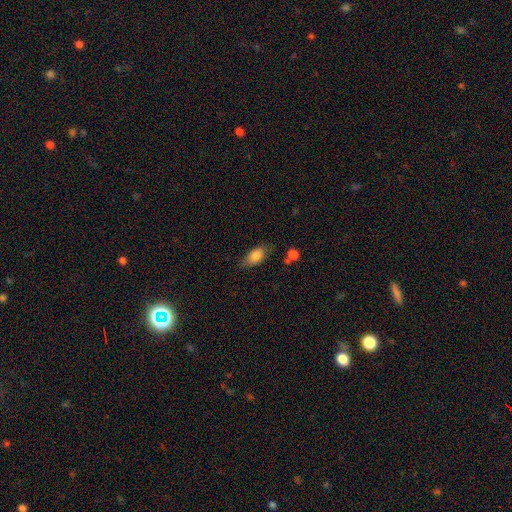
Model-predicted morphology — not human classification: This appears to be a smooth galaxy with no disk features (82%) that is in between round and cigar-shaped (88%). Merging: none (70%).